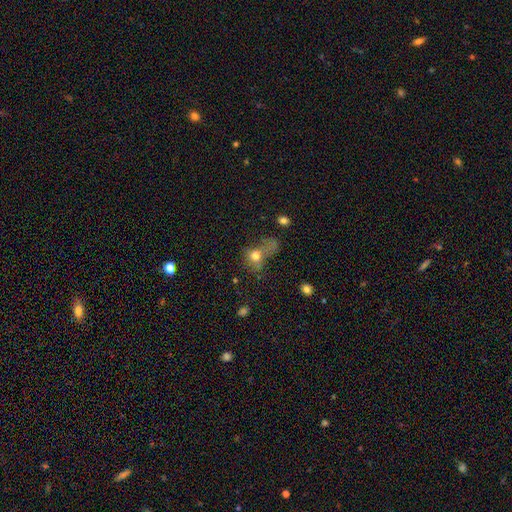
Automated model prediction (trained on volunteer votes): A smooth galaxy with no disk features (69%) that is round (56%). Merging: major disturbance (41%).